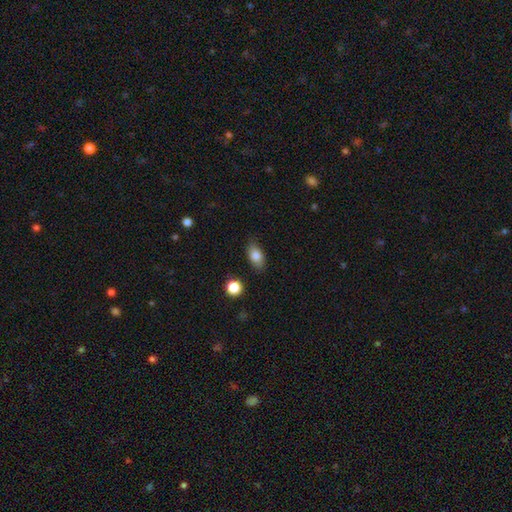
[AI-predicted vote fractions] Morphology: type=smooth (81%); roundness=in between (88%); merging=none (83%).